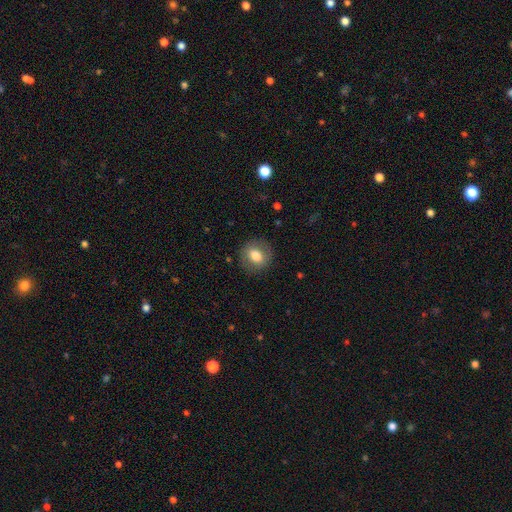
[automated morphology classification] A smooth galaxy with no disk features (74%) that is round (80%). Merging: none (87%).